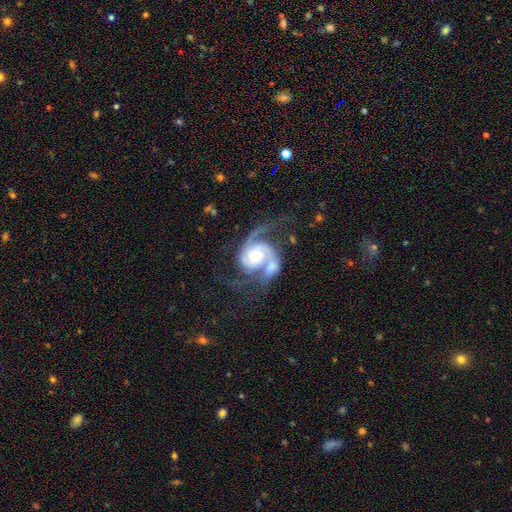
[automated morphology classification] The model was most divided on "spiral winding": medium: 49%, tight: 35%, loose: 15%. Remaining: edge-on disk — no (98%); spiral arms — yes (98%); smooth or featured — featured or disk (91%); spiral arm count — 2 (65%); bulge size — moderate (64%); bar — no (62%); merging — none (42%).